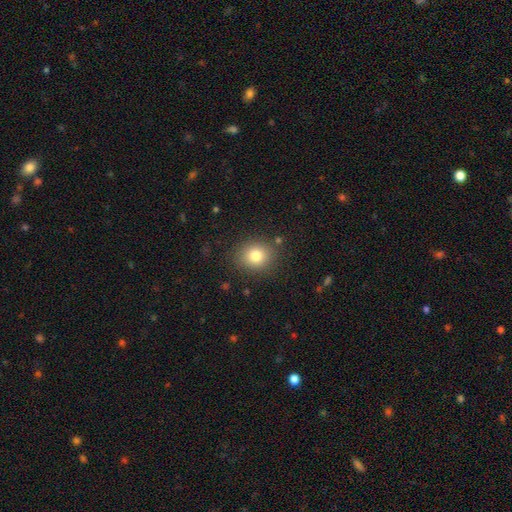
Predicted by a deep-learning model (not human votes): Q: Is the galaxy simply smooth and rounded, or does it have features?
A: smooth — 80%.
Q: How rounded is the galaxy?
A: round — 75%.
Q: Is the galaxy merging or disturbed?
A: none — 86%.